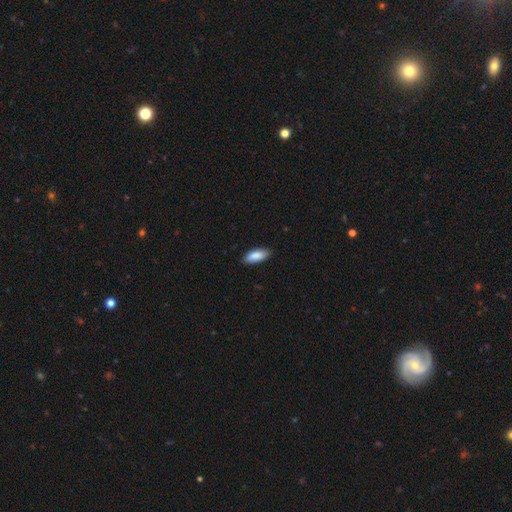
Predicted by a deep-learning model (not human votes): Smooth or featured: smooth — 89% (featured or disk — 6%)
How rounded: in between — 81% (cigar-shaped — 17%)
Merging: none — 86% (minor disturbance — 11%)